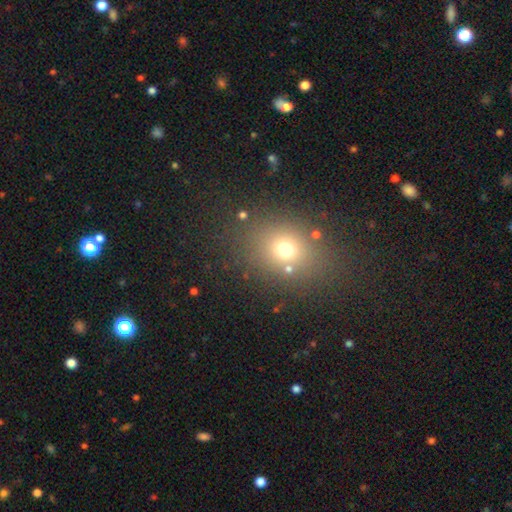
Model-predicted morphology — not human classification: Smooth or featured: smooth — 57% (star or artifact — 34%)
How rounded: round — 58% (in between — 40%)
Merging: none — 86% (minor disturbance — 8%)